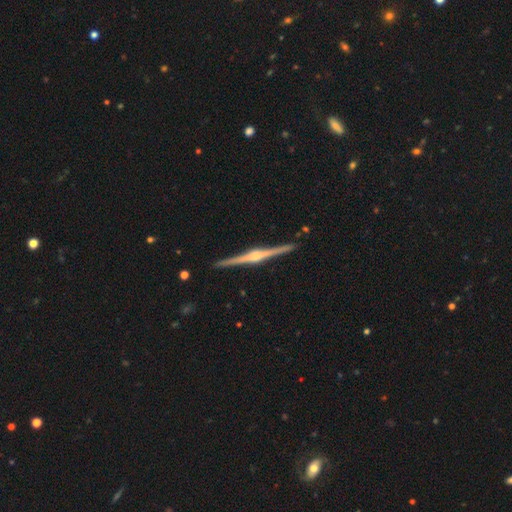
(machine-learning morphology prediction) Q: Smooth or featured?
A: featured or disk (89%); runner-up: smooth (7%)
Q: Edge-on disk?
A: yes (99%); runner-up: no (1%)
Q: Edge-on bulge?
A: rounded (84%); runner-up: boxy (11%)
Q: Merging?
A: none (92%); runner-up: minor disturbance (5%)